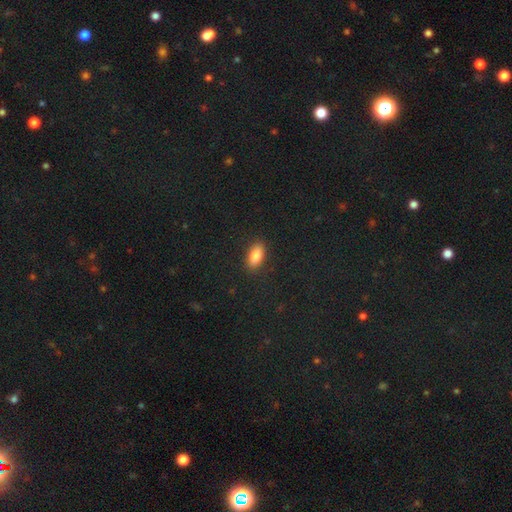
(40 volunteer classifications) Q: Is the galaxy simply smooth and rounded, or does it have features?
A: smooth — 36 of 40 (90%).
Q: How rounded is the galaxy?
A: in between — 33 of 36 (92%).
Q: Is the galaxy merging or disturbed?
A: none — 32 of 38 (84%).